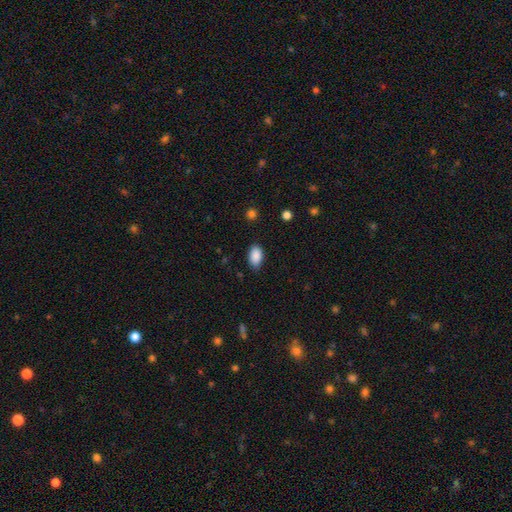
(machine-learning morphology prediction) type=smooth (89%); roundness=in between (91%); merging=none (79%).